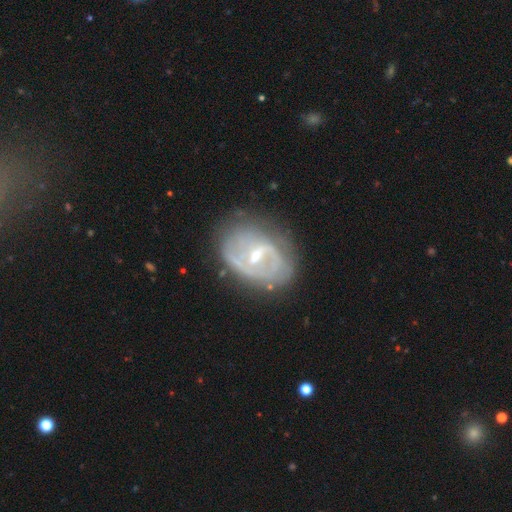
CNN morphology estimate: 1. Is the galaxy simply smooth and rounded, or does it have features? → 78% featured or disk, 16% smooth, 7% star or artifact.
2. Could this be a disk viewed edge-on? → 96% no, 4% yes.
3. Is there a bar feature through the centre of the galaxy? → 53% weak, 31% strong, 16% no.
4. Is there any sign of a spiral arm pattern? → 75% yes, 25% no.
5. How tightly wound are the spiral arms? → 38% medium, 36% tight, 26% loose.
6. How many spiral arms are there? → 52% 2, 27% can't tell, 13% 1, 4% 3, 2% 4, 2% more than 4.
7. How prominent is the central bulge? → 47% small, 45% moderate, 5% none, 3% large, 1% dominant.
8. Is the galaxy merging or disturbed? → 61% none, 23% minor disturbance, 14% major disturbance, 3% merger.